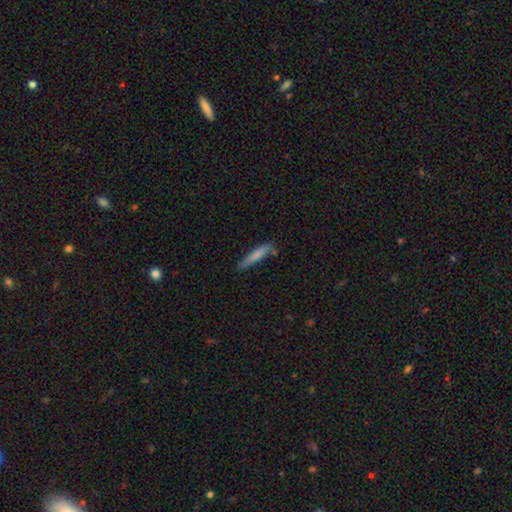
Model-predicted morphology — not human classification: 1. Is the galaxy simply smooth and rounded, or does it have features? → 68% smooth, 26% featured or disk, 7% star or artifact.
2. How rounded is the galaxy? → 92% cigar-shaped, 7% in between, 1% round.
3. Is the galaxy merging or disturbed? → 78% none, 16% minor disturbance, 3% merger, 3% major disturbance.